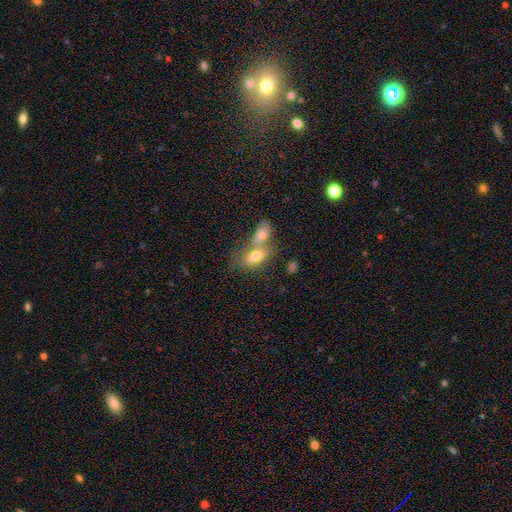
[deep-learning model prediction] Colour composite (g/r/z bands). It shows a smooth galaxy with no disk features (73%) that is in between round and cigar-shaped (85%). Merging: merger (63%).